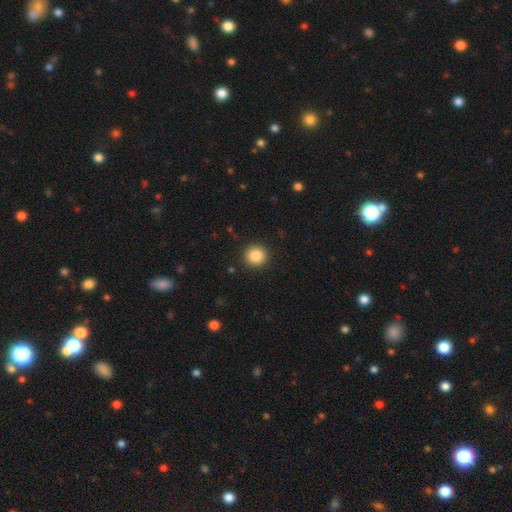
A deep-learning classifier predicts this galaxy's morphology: The model was most divided on "smooth or featured": smooth: 86%, star or artifact: 10%, featured or disk: 4%. More confident: how rounded — round (92%); merging — none (91%).